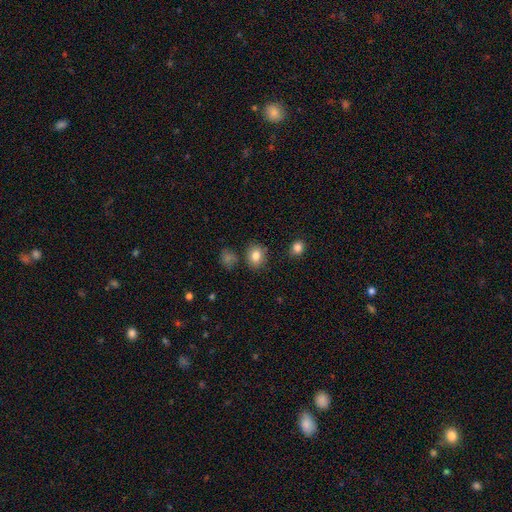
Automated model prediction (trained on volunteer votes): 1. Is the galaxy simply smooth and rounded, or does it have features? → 83% smooth, 10% star or artifact, 7% featured or disk.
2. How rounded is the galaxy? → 59% round, 40% in between, 1% cigar-shaped.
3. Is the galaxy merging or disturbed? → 82% none, 11% minor disturbance, 4% merger, 3% major disturbance.